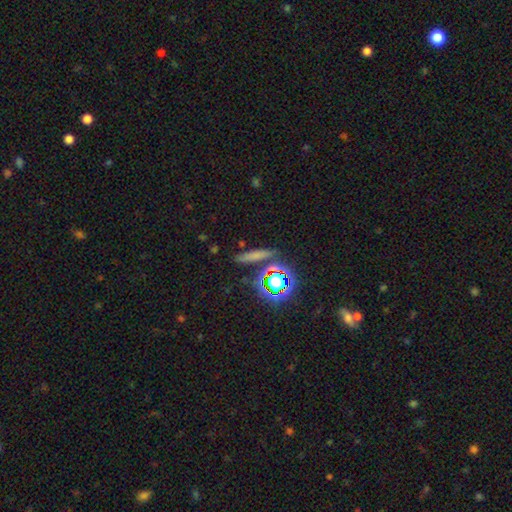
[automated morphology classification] The model was most divided on "smooth or featured": smooth: 61%, star or artifact: 23%, featured or disk: 16%. More confident: merging — none (81%); how rounded — cigar-shaped (78%).